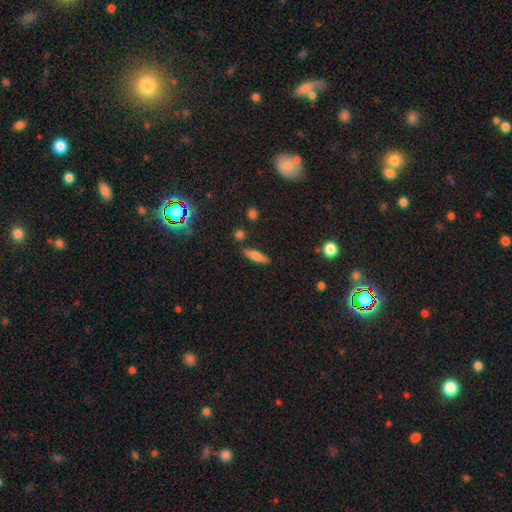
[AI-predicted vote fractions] smooth 62%, featured or disk 29%, star or artifact 9%. Down the decision tree: how rounded — cigar-shaped (65%); merging — none (83%).